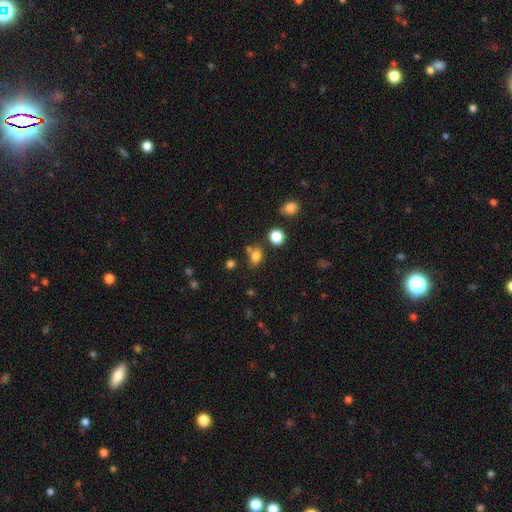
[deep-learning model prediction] Overall: smooth (79%). How rounded: in between (61%; round 37%). Merging: none (65%).